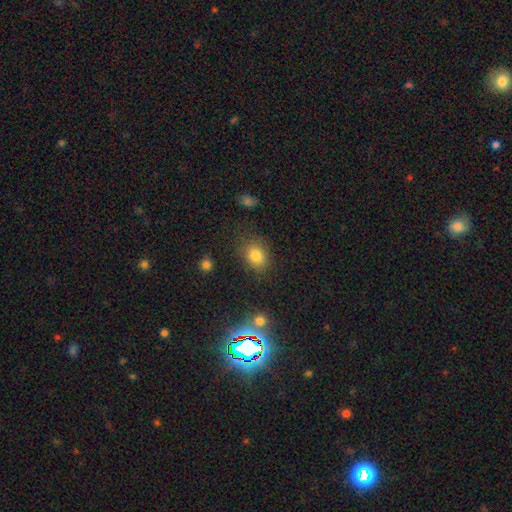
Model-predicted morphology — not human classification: Smooth or featured? smooth (80%)
How rounded? in between (58%)
Merging? none (79%)